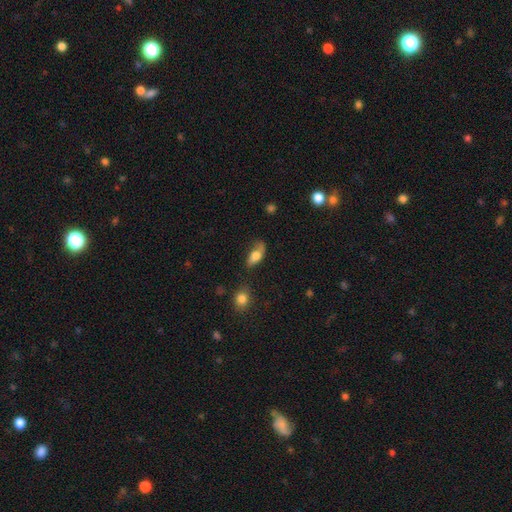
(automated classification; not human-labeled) Q: Smooth or featured?
A: smooth (71%); runner-up: featured or disk (21%)
Q: How rounded?
A: in between (85%); runner-up: cigar-shaped (9%)
Q: Merging?
A: none (44%); runner-up: minor disturbance (33%)